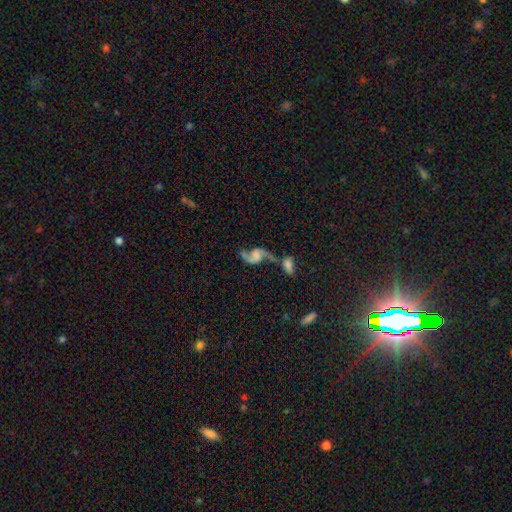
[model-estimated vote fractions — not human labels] Morphology: type=featured or disk (79%); edge-on=no (96%); bar=no (53%); spiral arms=yes (92%); winding=loose (80%); arm count=2 (89%); bulge=none (47%); merging=merger (49%).